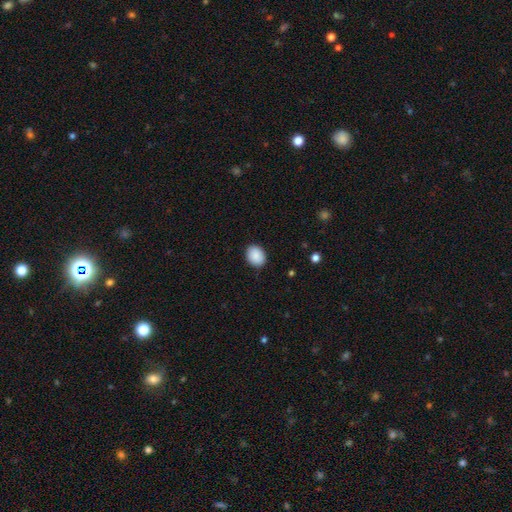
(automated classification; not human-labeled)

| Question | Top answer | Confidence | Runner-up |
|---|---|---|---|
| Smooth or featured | smooth | 89% | star or artifact (7%) |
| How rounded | in between | 53% | round (46%) |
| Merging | none | 88% | minor disturbance (9%) |